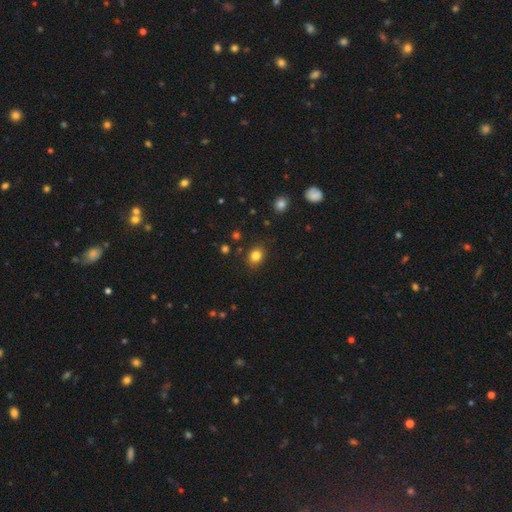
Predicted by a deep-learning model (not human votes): Smooth or featured? Predicted: smooth (p=0.83). How rounded? Predicted: round (p=0.51). Merging? Predicted: none (p=0.85).